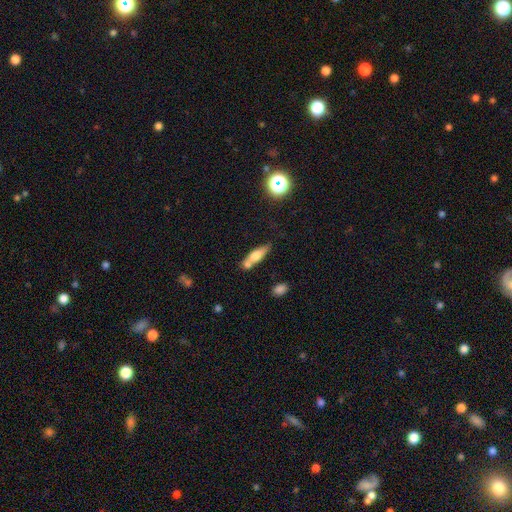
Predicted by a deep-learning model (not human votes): Q: Smooth or featured?
A: smooth (63%); runner-up: featured or disk (28%)
Q: How rounded?
A: cigar-shaped (55%); runner-up: in between (42%)
Q: Merging?
A: none (46%); runner-up: merger (32%)